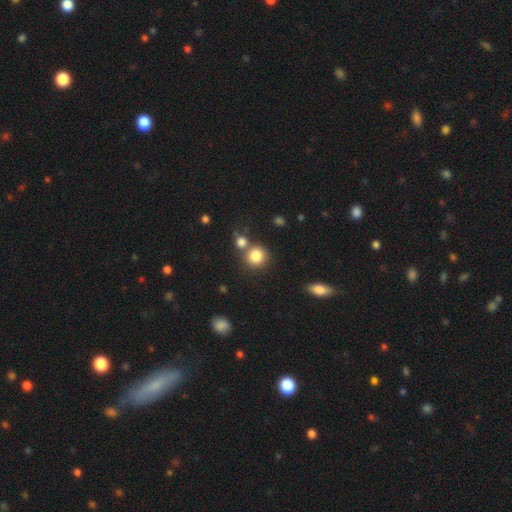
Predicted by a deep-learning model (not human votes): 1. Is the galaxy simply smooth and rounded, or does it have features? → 83% smooth, 10% star or artifact, 6% featured or disk.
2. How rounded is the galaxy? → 88% round, 11% in between, 1% cigar-shaped.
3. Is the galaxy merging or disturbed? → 63% none, 24% merger, 9% minor disturbance, 4% major disturbance.